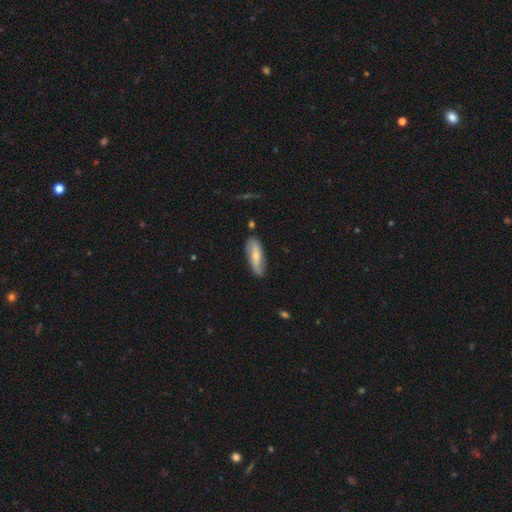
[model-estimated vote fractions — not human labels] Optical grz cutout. It shows a smooth galaxy with no disk features (48%). Merging: none (74%).